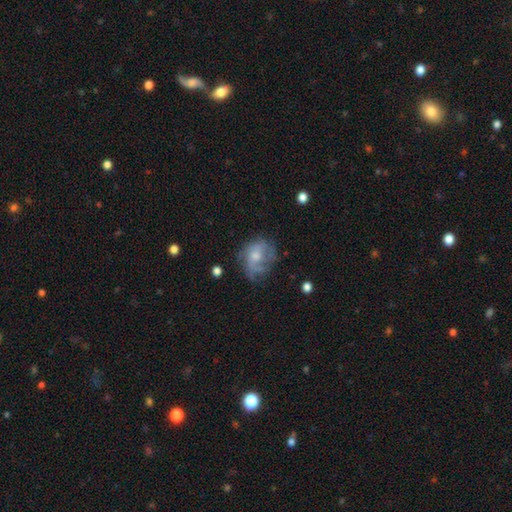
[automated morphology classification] featured or disk 53%, smooth 38%, star or artifact 10%. Down the decision tree: edge-on disk — no (97%); bar — no (76%); spiral arms — yes (67%); bulge size — moderate (45%); merging — none (48%).